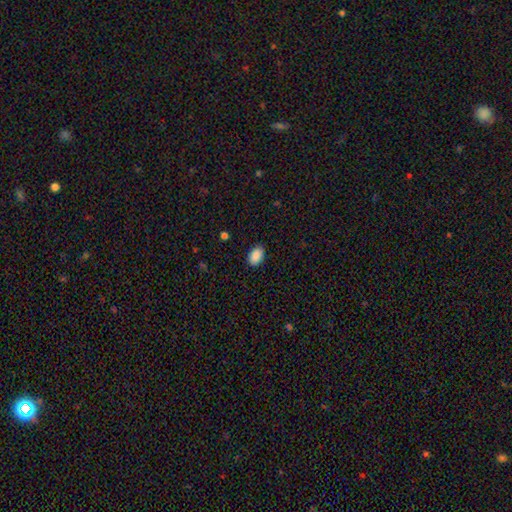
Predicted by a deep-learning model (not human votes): Morphology: type=smooth (89%); roundness=in between (89%); merging=none (86%).